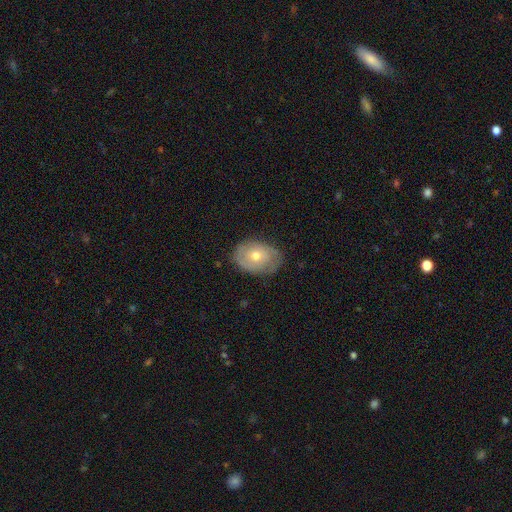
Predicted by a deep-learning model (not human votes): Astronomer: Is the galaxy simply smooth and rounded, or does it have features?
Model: smooth — 49% (runner-up: featured or disk, 44%).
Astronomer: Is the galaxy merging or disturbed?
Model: none — 69%.